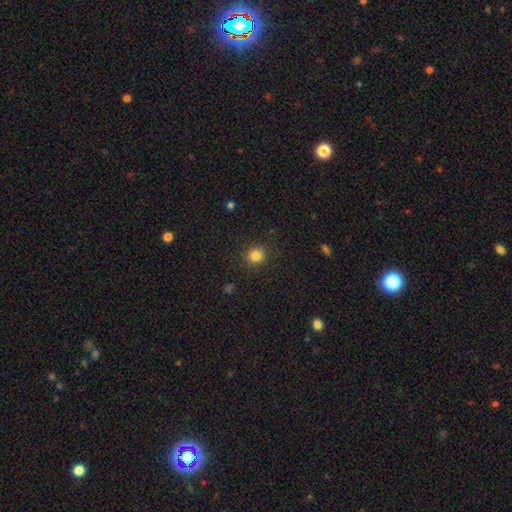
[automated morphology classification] A smooth galaxy with no disk features (83%) that is round (91%).

Vote fractions:
- Smooth or featured? smooth: 83% / star or artifact: 12% / featured or disk: 5%
- How rounded? round: 91% / in between: 8% / cigar-shaped: 1%
- Merging? none: 91% / minor disturbance: 6% / major disturbance: 2% / merger: 1%